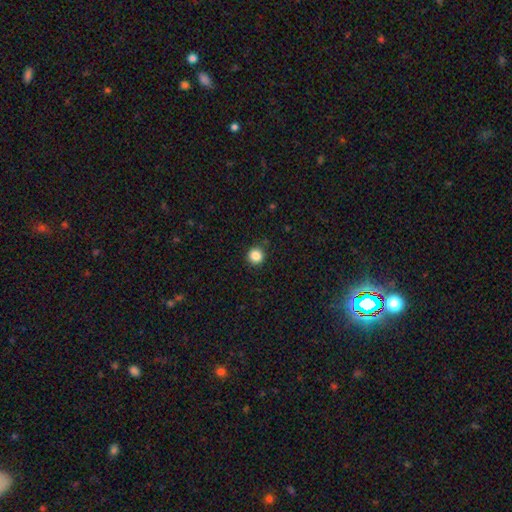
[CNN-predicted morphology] The model was most divided on "smooth or featured": smooth: 85%, star or artifact: 11%, featured or disk: 4%. More confident: how rounded — round (94%); merging — none (90%).